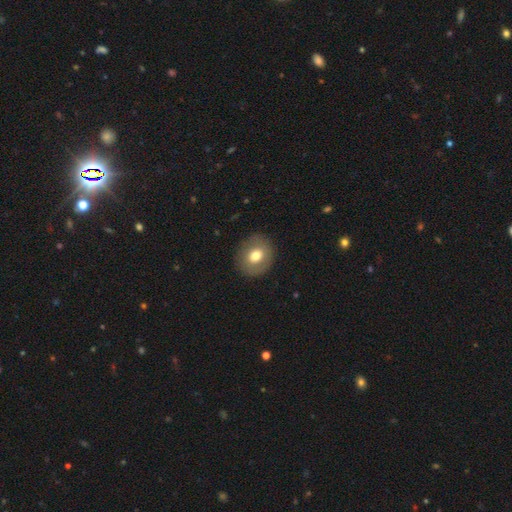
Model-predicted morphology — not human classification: type=smooth (71%); roundness=round (69%); merging=none (88%).